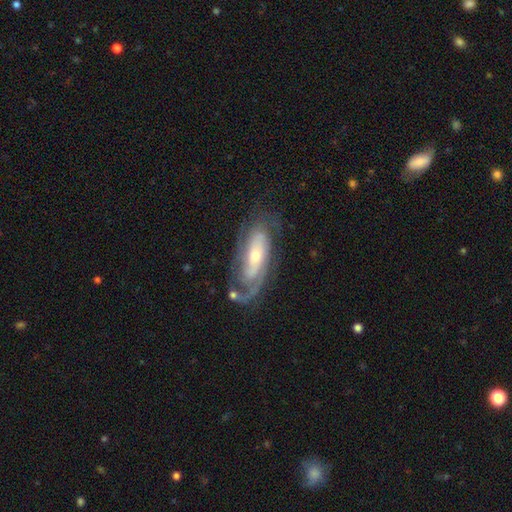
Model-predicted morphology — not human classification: This is clearly a featured or disk galaxy (81%). It is clearly not viewed edge-on (90%). Bar: possibly no (59%). Spiral arm pattern: clearly yes (91%). Spiral arm count: possibly 2 (47%). Spiral winding: possibly tight (55%). Central bulge: possibly small (52%). Merging: likely none (64%).